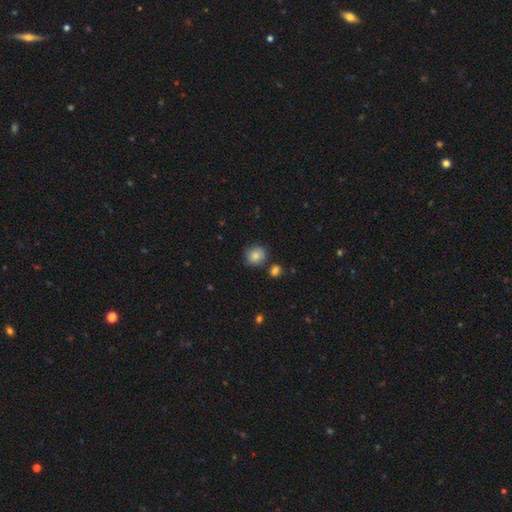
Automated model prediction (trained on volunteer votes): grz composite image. It shows a smooth galaxy with no disk features (82%) that is round (84%). Merging: none (78%).